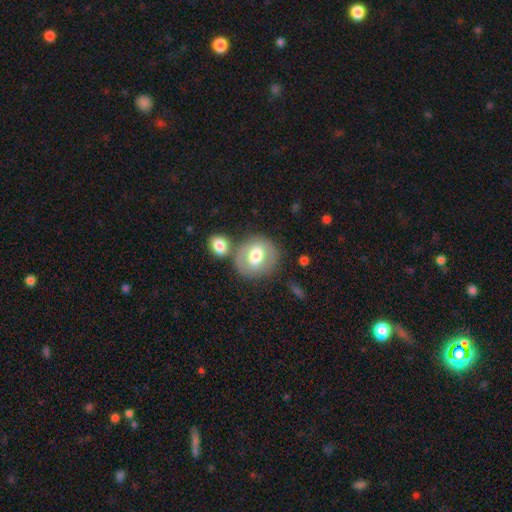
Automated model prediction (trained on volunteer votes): smooth-or-featured: smooth: 57% | featured or disk: 36% | star or artifact: 7%
  how-rounded: round: 70% | in between: 29% | cigar-shaped: 1%
  merging: none: 63% | merger: 17% | minor disturbance: 14% | major disturbance: 6%